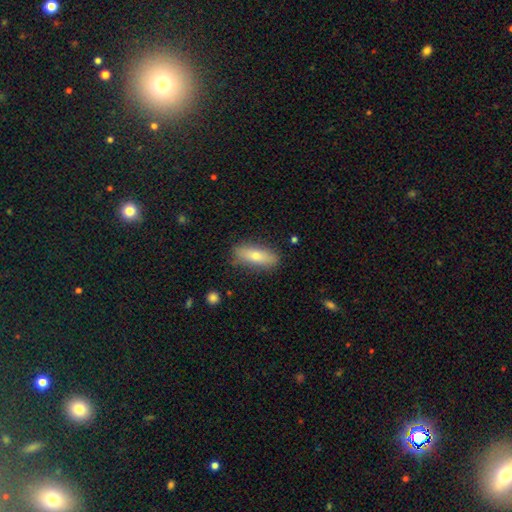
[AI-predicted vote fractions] Smooth or featured?
  - smooth: 71% *
  - featured or disk: 23%
  - star or artifact: 7%
How rounded?
  - in between: 55% *
  - cigar-shaped: 42%
  - round: 3%
Merging?
  - none: 85% *
  - minor disturbance: 11%
  - major disturbance: 2%
  - merger: 1%